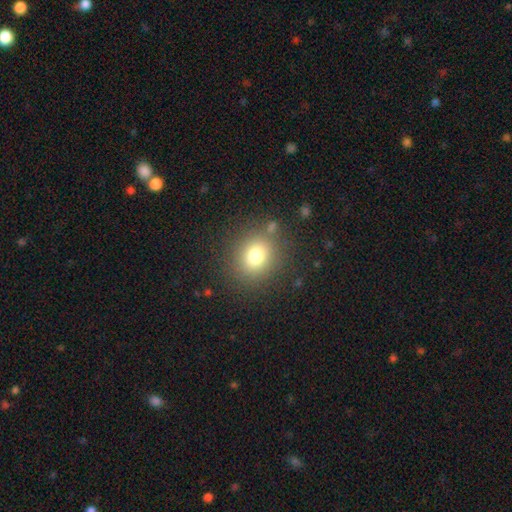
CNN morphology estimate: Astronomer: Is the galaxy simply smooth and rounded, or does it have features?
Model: smooth — 77%.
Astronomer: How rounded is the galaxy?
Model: round — 78%.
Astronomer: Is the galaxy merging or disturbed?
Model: none — 83%.